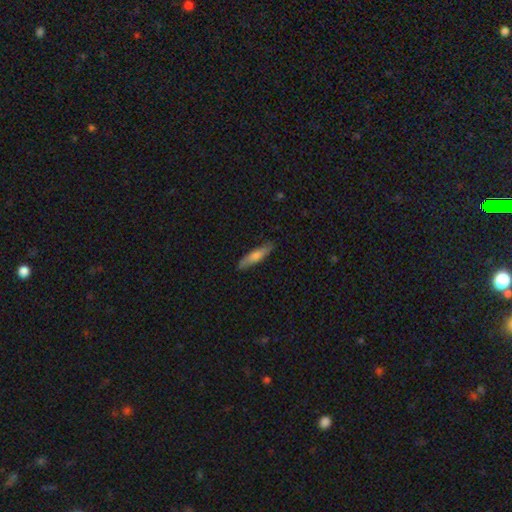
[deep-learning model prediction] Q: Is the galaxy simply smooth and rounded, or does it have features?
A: smooth — 61%.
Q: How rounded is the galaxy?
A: cigar-shaped — 84%.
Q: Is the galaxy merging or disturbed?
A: none — 87%.